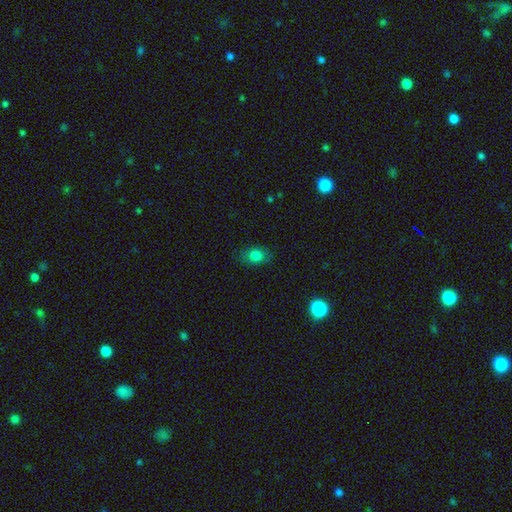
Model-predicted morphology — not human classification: The model was most divided on "how rounded": in between: 67%, round: 31%, cigar-shaped: 2%. More confident: smooth or featured — smooth (81%); merging — none (81%).